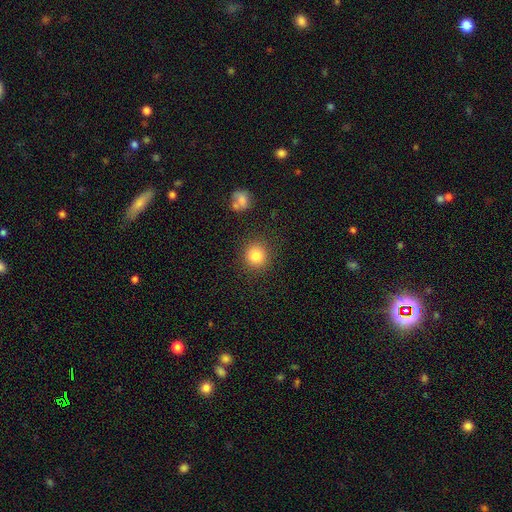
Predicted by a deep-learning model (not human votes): A smooth galaxy with no disk features (83%) that is round (90%).

Vote fractions:
- Smooth or featured? smooth: 83% / star or artifact: 11% / featured or disk: 6%
- How rounded? round: 90% / in between: 9% / cigar-shaped: 1%
- Merging? none: 88% / minor disturbance: 7% / major disturbance: 3% / merger: 2%